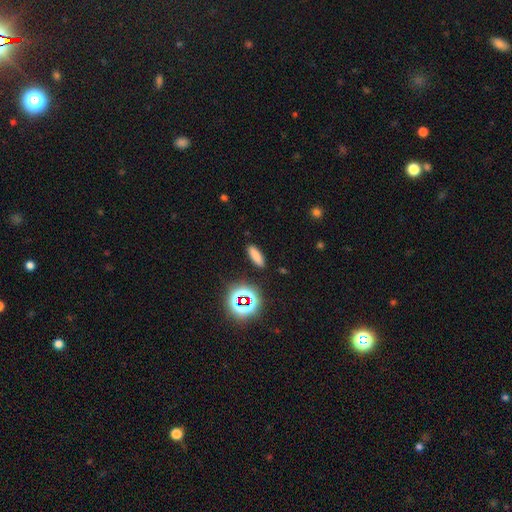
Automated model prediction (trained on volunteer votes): Overall: smooth (74%). How rounded: cigar-shaped (51%; in between 44%). Merging: none (88%).